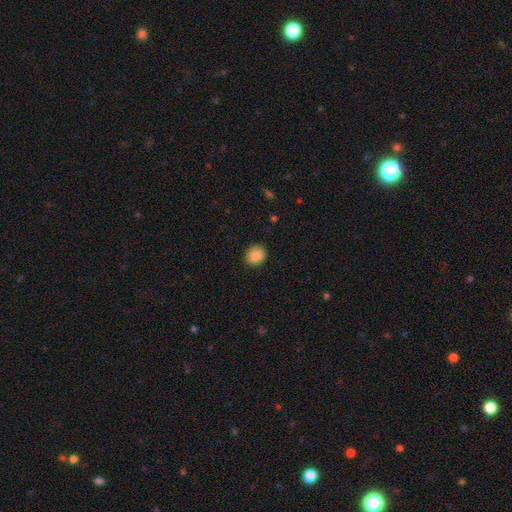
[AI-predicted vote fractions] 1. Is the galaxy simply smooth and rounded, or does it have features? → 87% smooth, 9% star or artifact, 4% featured or disk.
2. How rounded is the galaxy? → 77% round, 22% in between, 1% cigar-shaped.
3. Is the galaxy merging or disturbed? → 86% none, 11% minor disturbance, 2% major disturbance, 1% merger.